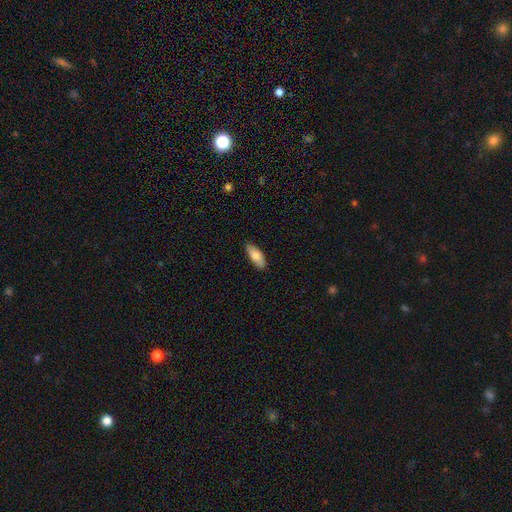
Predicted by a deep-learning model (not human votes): Smooth or featured? Predicted: smooth (p=0.80). How rounded? Predicted: in between (p=0.78). Merging? Predicted: none (p=0.84).